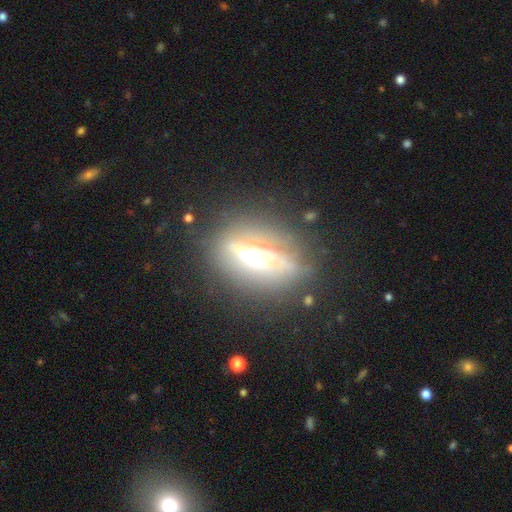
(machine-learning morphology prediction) The model was most divided on "edge-on disk": yes: 68%, no: 32%. More confident: merging — none (70%); smooth or featured — featured or disk (66%).